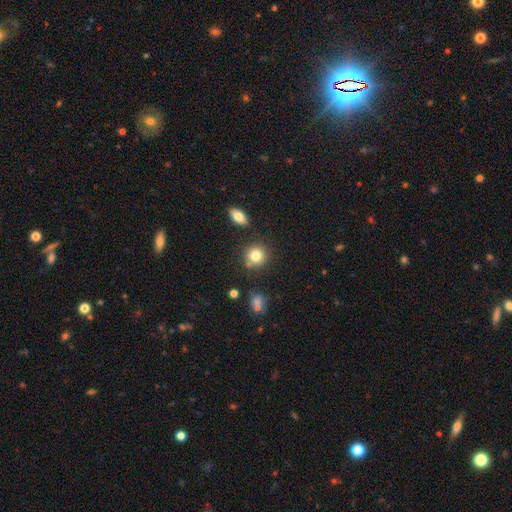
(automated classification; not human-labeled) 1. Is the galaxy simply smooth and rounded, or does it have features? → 81% smooth, 10% star or artifact, 9% featured or disk.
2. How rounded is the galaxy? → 87% round, 11% in between, 1% cigar-shaped.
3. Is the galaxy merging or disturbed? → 78% none, 10% minor disturbance, 8% merger, 3% major disturbance.